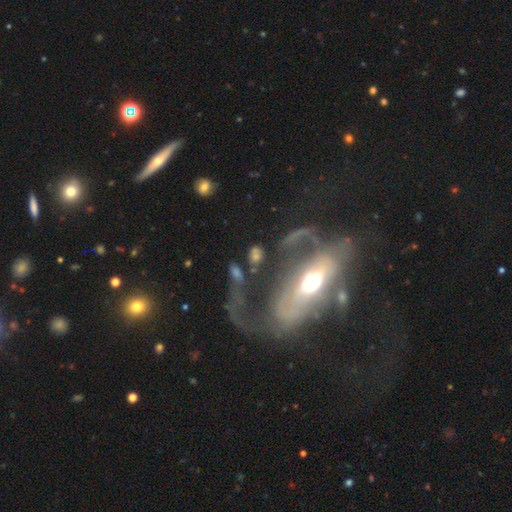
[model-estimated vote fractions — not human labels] This appears to be a featured or disk galaxy (66%) with no bar (52%), spiral arms (59%) and a moderate central bulge (64%). Merging: major disturbance (41%).